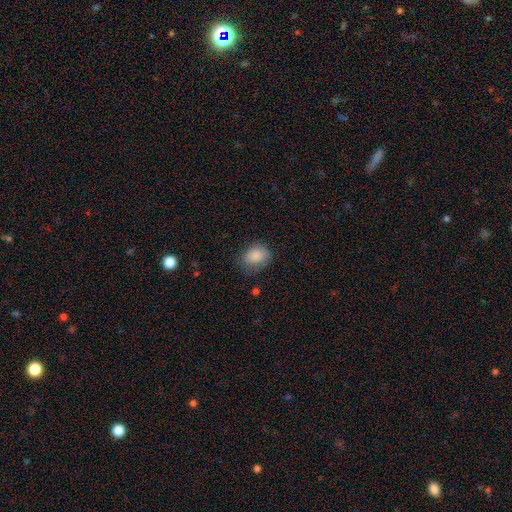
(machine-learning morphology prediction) The model was most divided on "how rounded": in between: 57%, round: 42%, cigar-shaped: 1%. More confident: smooth or featured — smooth (85%); merging — none (64%).